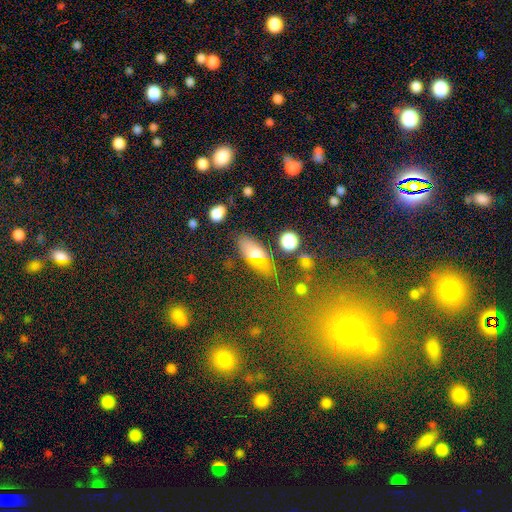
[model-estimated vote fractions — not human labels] Q: Smooth or featured?
A: smooth (66%); runner-up: featured or disk (22%)
Q: How rounded?
A: in between (71%); runner-up: cigar-shaped (23%)
Q: Merging?
A: none (69%); runner-up: minor disturbance (16%)